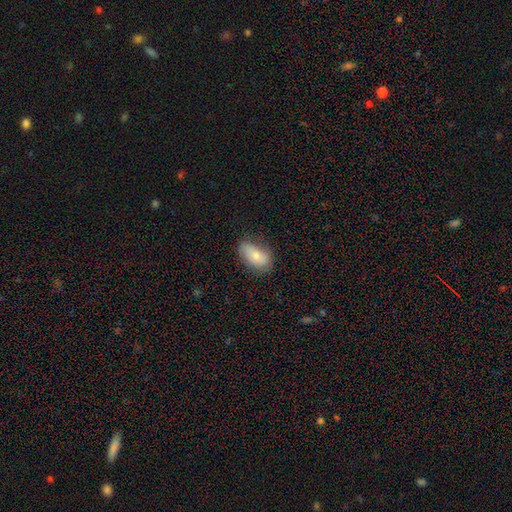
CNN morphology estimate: A smooth galaxy with no disk features (77%) that is in between round and cigar-shaped (91%). Merging: none (69%).